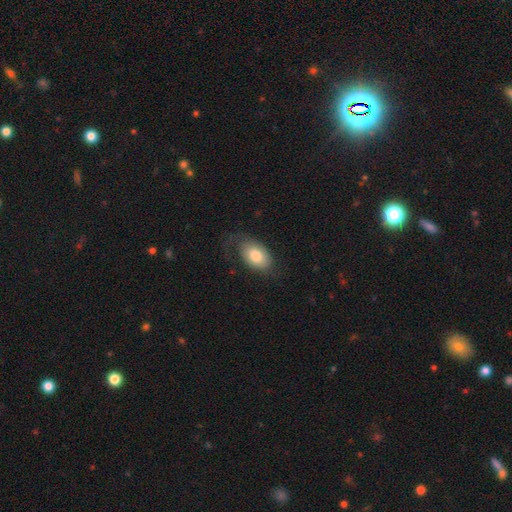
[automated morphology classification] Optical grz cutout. It shows a smooth galaxy with no disk features (71%) that is in between round and cigar-shaped (88%). Merging: none (52%).